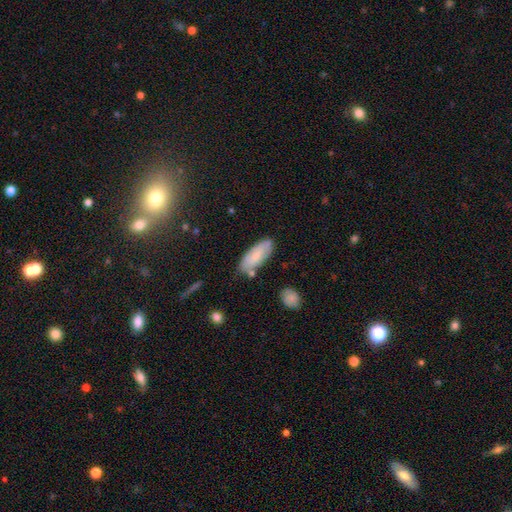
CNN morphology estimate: The model was most divided on "smooth or featured": smooth: 72%, featured or disk: 21%, star or artifact: 7%. More confident: how rounded — in between (77%); merging — none (74%).